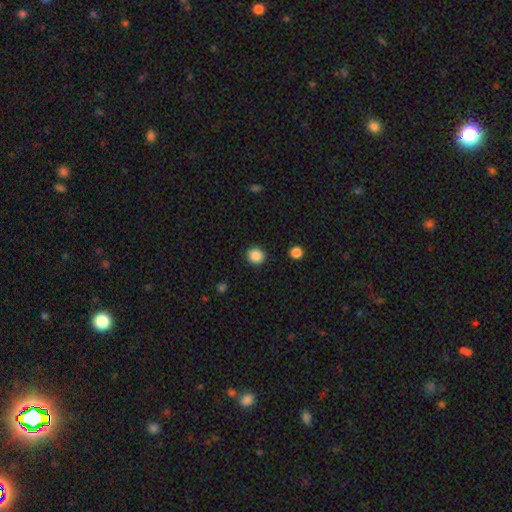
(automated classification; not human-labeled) smooth 87%, star or artifact 10%, featured or disk 3%. Down the decision tree: how rounded — round (88%); merging — none (91%).